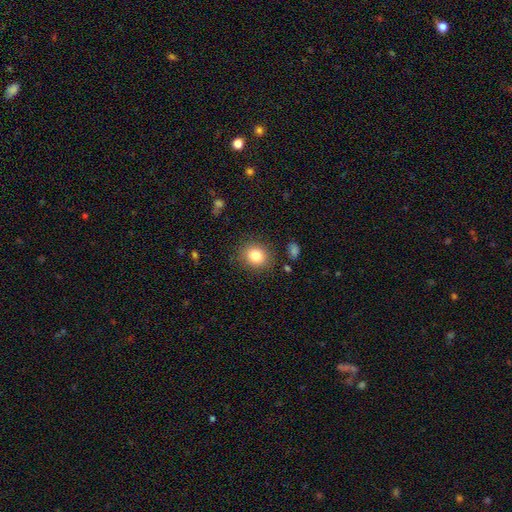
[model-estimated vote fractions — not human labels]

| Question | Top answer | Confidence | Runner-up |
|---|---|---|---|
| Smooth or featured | smooth | 82% | star or artifact (10%) |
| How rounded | round | 75% | in between (24%) |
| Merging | none | 86% | minor disturbance (9%) |